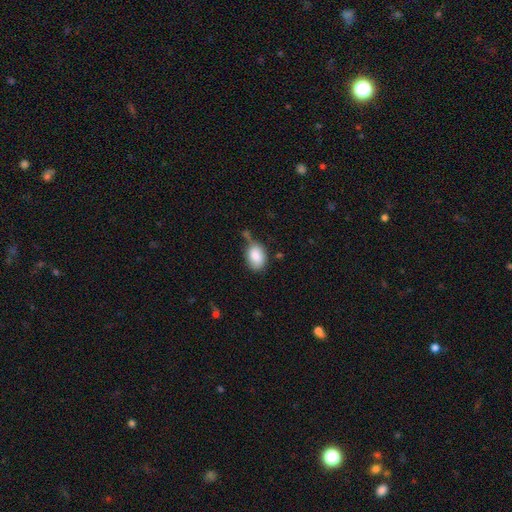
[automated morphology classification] Smooth or featured? smooth (86%)
How rounded? in between (76%)
Merging? none (51%)